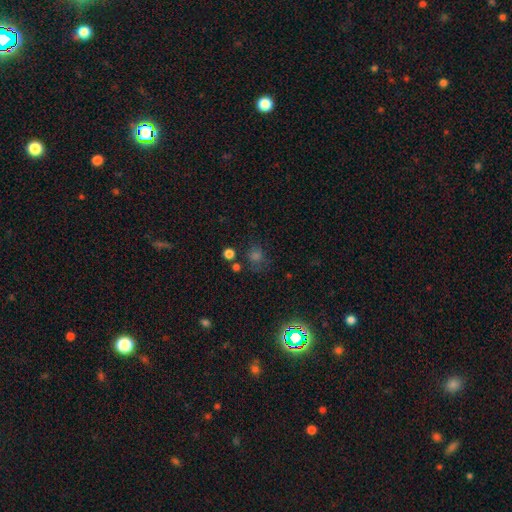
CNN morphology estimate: A smooth galaxy with no disk features (45%).

Vote fractions:
- Smooth or featured? smooth: 45% / star or artifact: 44% / featured or disk: 11%
- Merging? none: 69% / minor disturbance: 15% / major disturbance: 9% / merger: 7%